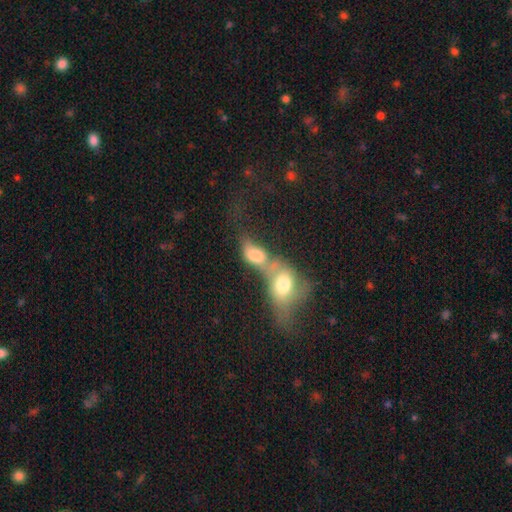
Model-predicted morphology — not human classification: smooth 58%, featured or disk 32%, star or artifact 11%. Down the decision tree: how rounded — in between (75%); merging — merger (82%).